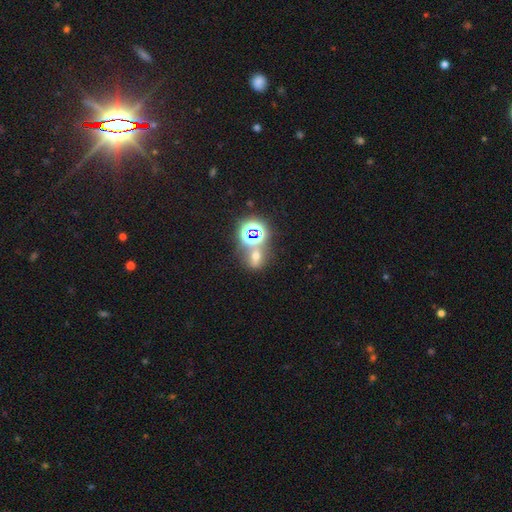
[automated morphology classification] Q: Smooth or featured?
A: star or artifact (47%); runner-up: smooth (38%)